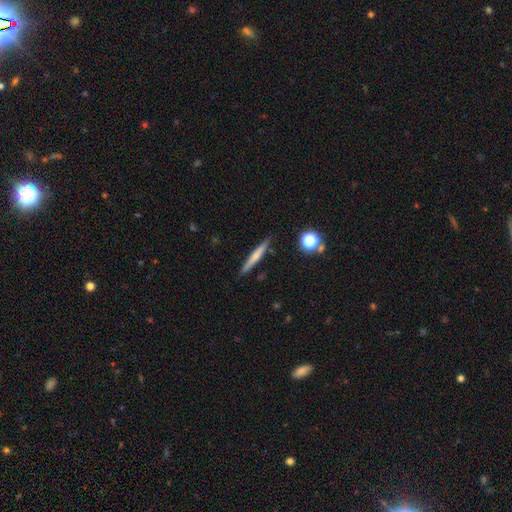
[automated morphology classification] type=smooth (58%); roundness=cigar-shaped (95%); merging=none (87%).